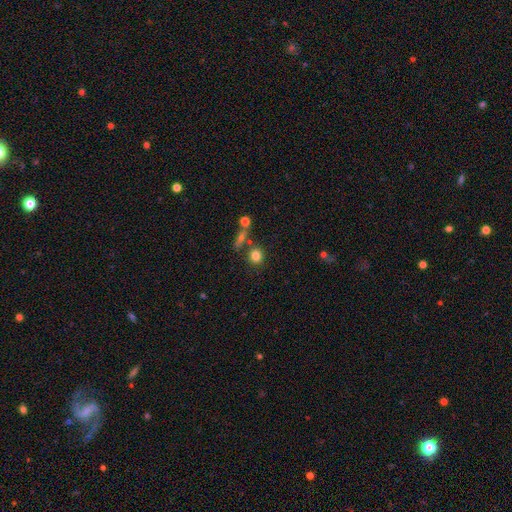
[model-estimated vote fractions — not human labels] smooth-or-featured: smooth: 79% | star or artifact: 12% | featured or disk: 9%
  how-rounded: round: 84% | in between: 14% | cigar-shaped: 2%
  merging: none: 71% | merger: 14% | minor disturbance: 10% | major disturbance: 4%